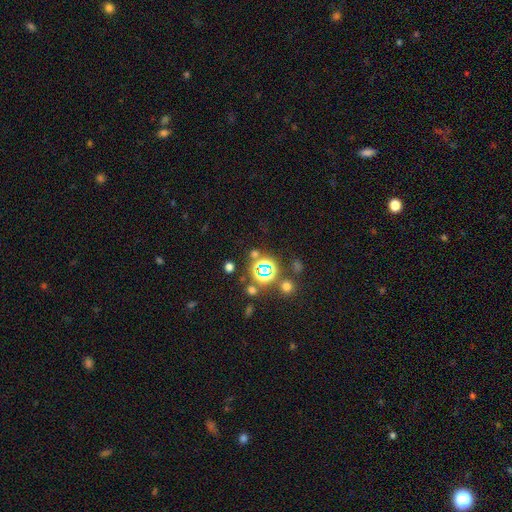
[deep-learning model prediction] The model was most divided on "smooth or featured": star or artifact: 71%, smooth: 20%, featured or disk: 9%.